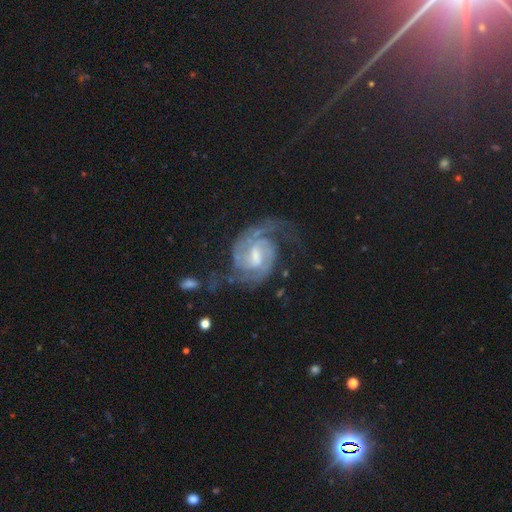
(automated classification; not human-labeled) Smooth or featured? Predicted: featured or disk (p=0.91). Edge-on disk? Predicted: no (p=0.98). Bar? Predicted: weak (p=0.62). Spiral arms? Predicted: yes (p=0.98). Spiral winding? Predicted: medium (p=0.51). Spiral arm count? Predicted: 2 (p=0.84). Bulge size? Predicted: moderate (p=0.44). Merging? Predicted: none (p=0.65).